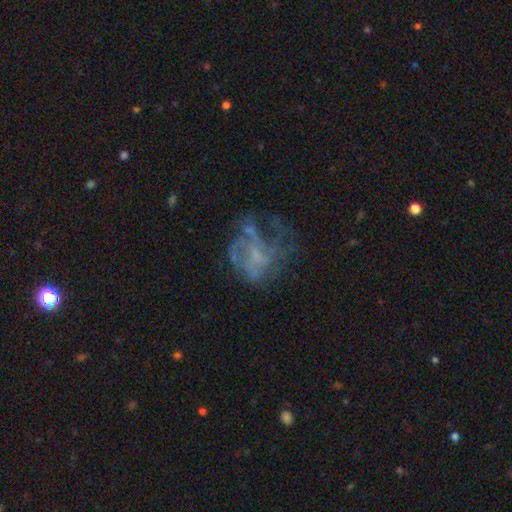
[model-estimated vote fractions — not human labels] Q: Smooth or featured?
A: featured or disk (63%); runner-up: smooth (20%)
Q: Edge-on disk?
A: no (98%); runner-up: yes (2%)
Q: Bar?
A: no (76%); runner-up: weak (20%)
Q: Spiral arms?
A: no (53%); runner-up: yes (47%)
Q: Bulge size?
A: none (46%); runner-up: small (38%)
Q: Merging?
A: none (46%); runner-up: major disturbance (33%)